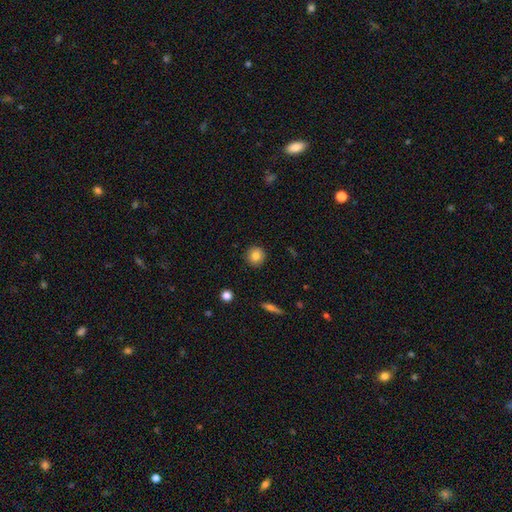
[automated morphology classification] smooth 82%, star or artifact 9%, featured or disk 9%. Down the decision tree: how rounded — round (94%); merging — none (91%).